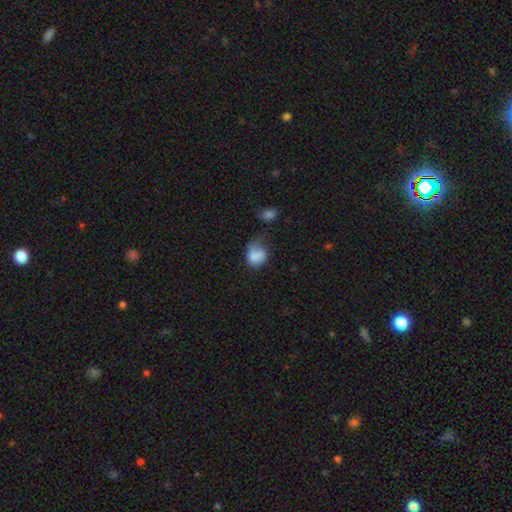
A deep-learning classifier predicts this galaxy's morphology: Smooth or featured? smooth (74%)
How rounded? in between (54%)
Merging? major disturbance (40%)